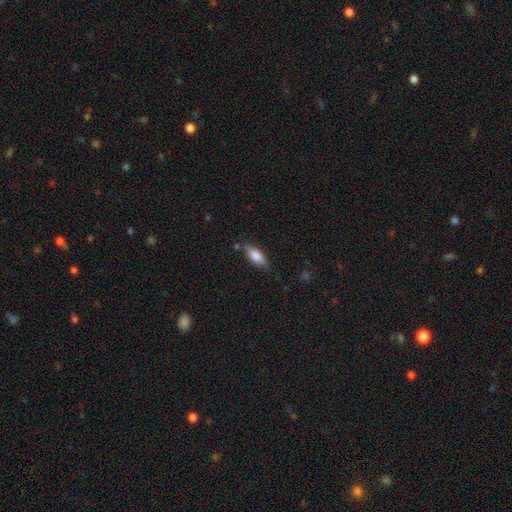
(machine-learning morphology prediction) smooth-or-featured: smooth: 74% | featured or disk: 19% | star or artifact: 6%
  how-rounded: in between: 68% | cigar-shaped: 30% | round: 2%
  merging: none: 77% | minor disturbance: 16% | major disturbance: 3% | merger: 3%